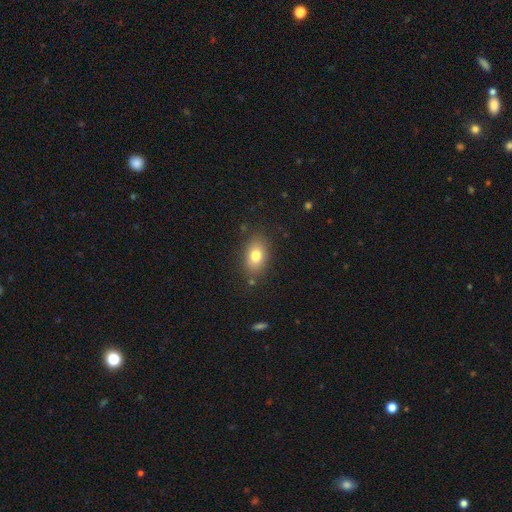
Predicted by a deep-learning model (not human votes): Q: Smooth or featured?
A: smooth (78%); runner-up: featured or disk (13%)
Q: How rounded?
A: in between (79%); runner-up: round (20%)
Q: Merging?
A: none (82%); runner-up: minor disturbance (12%)